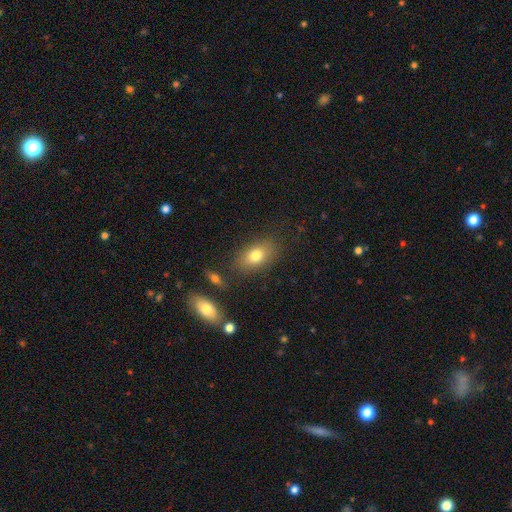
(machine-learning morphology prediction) Overall: smooth (78%). How rounded: in between (84%). Merging: none (79%).